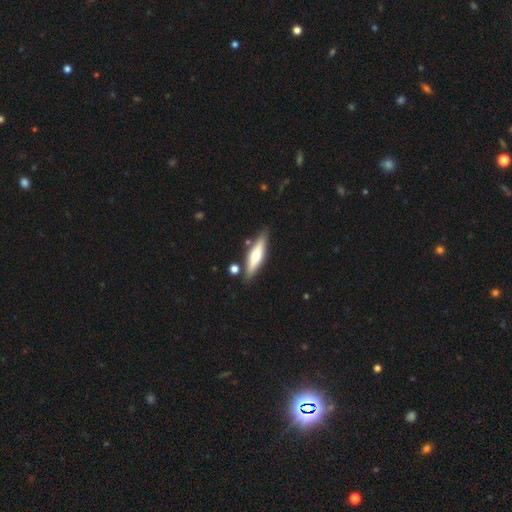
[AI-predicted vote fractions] The model was most divided on "smooth or featured" (2-way tie): smooth: 47%, featured or disk: 47%, star or artifact: 6%. More confident: merging — none (82%).